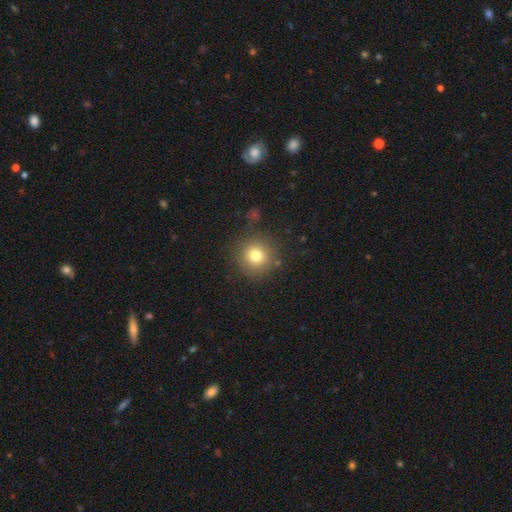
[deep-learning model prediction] smooth 77%, star or artifact 13%, featured or disk 9%. Down the decision tree: how rounded — round (94%); merging — none (86%).